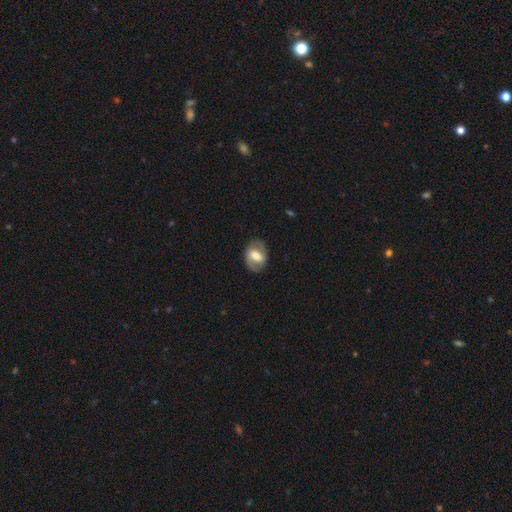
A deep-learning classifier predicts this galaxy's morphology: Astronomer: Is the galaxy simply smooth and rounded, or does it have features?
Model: featured or disk — 54% (runner-up: smooth, 40%).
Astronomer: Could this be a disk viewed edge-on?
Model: no — 94%.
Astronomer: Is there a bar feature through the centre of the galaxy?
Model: weak — 41% (runner-up: strong, 35%).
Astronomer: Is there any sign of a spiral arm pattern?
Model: yes — 62% (runner-up: no, 38%).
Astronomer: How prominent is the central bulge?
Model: moderate — 49% (runner-up: large, 31%).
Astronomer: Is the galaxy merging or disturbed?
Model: none — 79%.